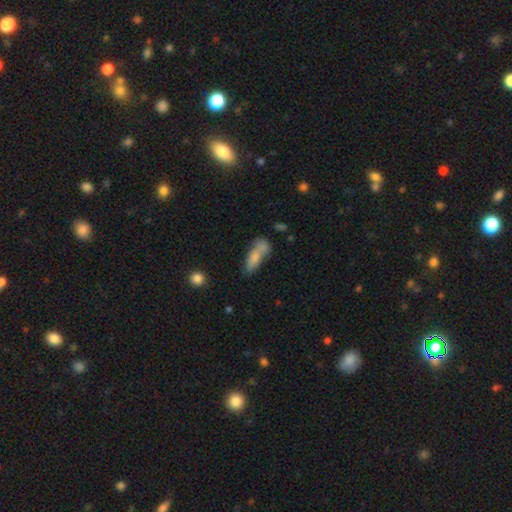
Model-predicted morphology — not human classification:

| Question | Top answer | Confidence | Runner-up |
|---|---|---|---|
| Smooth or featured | smooth | 74% | featured or disk (17%) |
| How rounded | in between | 59% | cigar-shaped (37%) |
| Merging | none | 37% | merger (35%) |